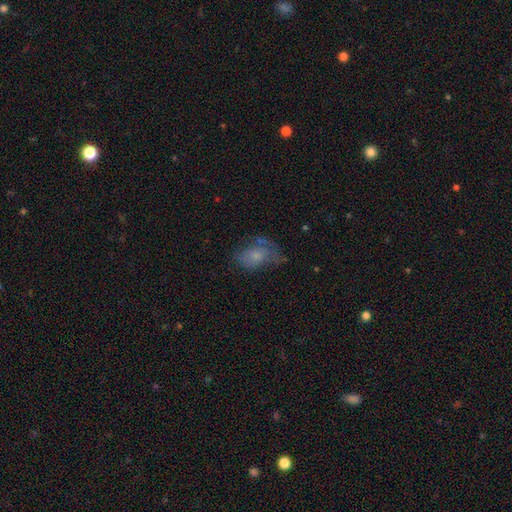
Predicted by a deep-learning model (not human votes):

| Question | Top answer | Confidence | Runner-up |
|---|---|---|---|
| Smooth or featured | smooth | 56% | featured or disk (32%) |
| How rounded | in between | 82% | round (16%) |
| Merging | none | 40% | major disturbance (28%) |